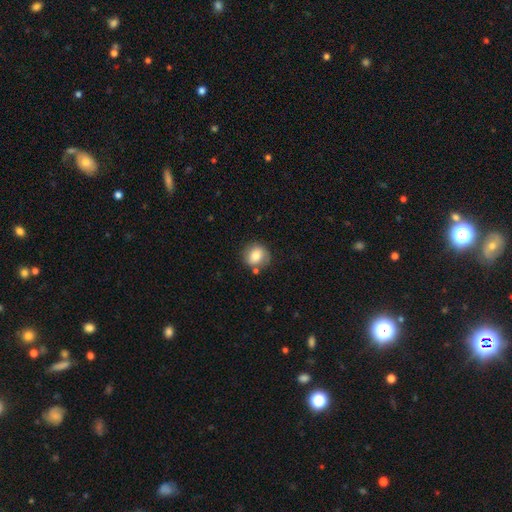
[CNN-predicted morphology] A smooth galaxy with no disk features (78%) that is round (82%). Merging: none (76%).